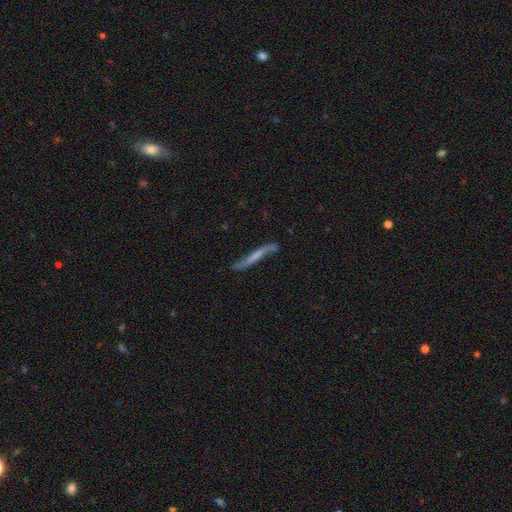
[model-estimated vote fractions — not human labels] Q: Smooth or featured?
A: featured or disk (64%); runner-up: smooth (28%)
Q: Edge-on disk?
A: yes (66%); runner-up: no (34%)
Q: Merging?
A: none (63%); runner-up: minor disturbance (24%)